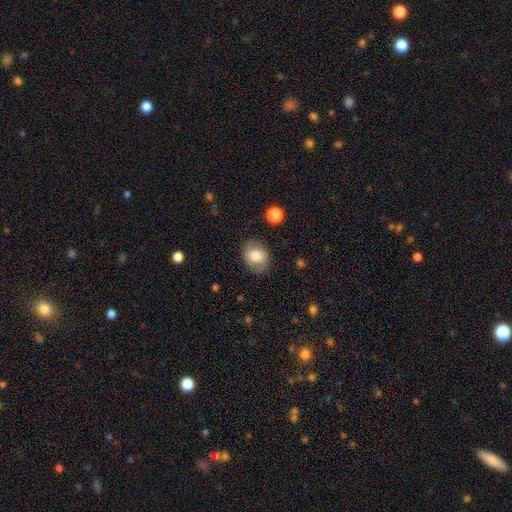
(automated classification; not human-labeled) A smooth galaxy with no disk features (76%) that is in between round and cigar-shaped (57%). Merging: none (80%).